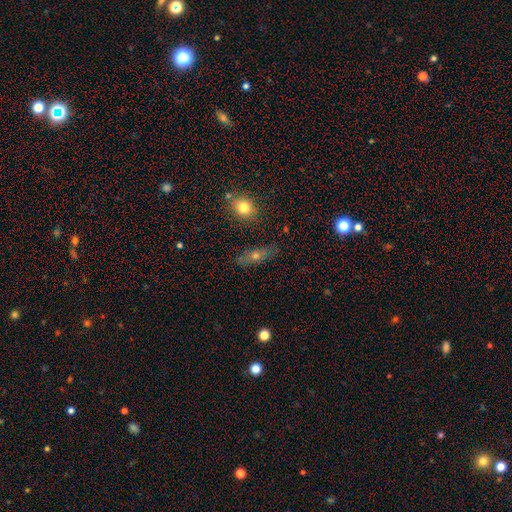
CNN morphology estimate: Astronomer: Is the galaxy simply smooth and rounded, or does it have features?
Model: smooth — 49% (runner-up: featured or disk, 35%).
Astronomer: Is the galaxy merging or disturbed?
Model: none — 81%.